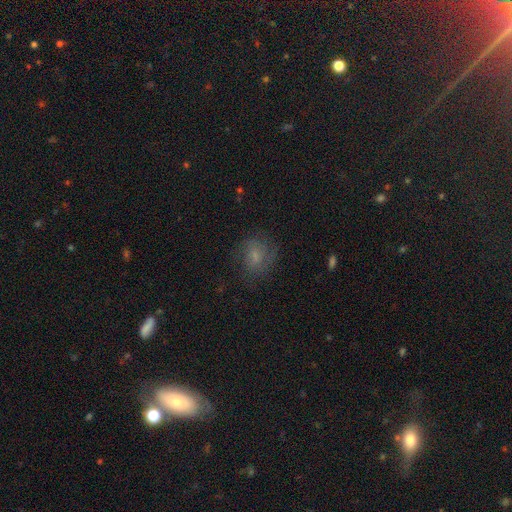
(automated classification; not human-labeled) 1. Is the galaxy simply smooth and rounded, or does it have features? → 51% smooth, 34% featured or disk, 14% star or artifact.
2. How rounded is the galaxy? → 60% round, 38% in between, 1% cigar-shaped.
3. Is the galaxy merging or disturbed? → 67% none, 19% minor disturbance, 12% major disturbance, 1% merger.